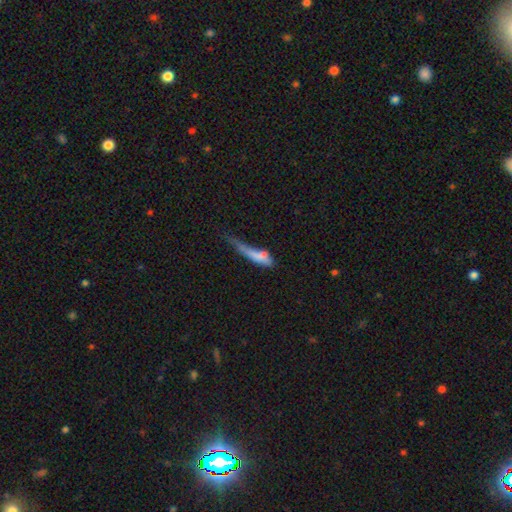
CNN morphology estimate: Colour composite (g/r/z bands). It shows a smooth galaxy with no disk features (63%) that is cigar-shaped (66%). Merging: major disturbance (39%).